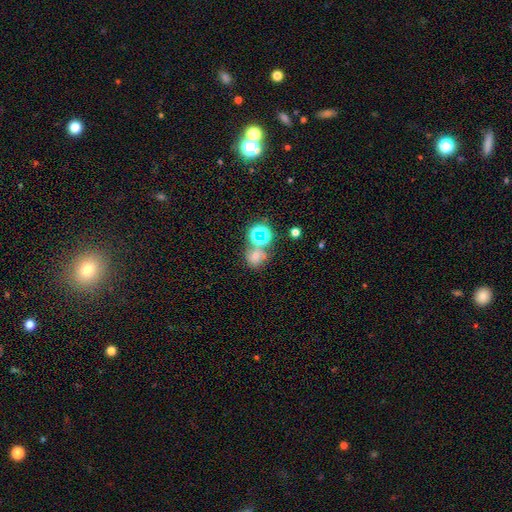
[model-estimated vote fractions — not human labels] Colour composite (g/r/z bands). It shows a smooth galaxy with no disk features (48%). Merging: none (53%).